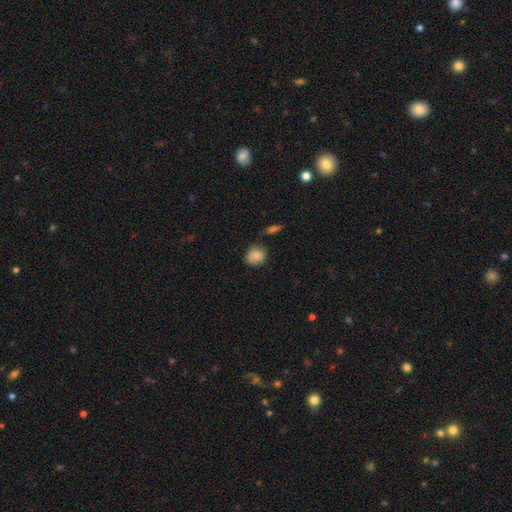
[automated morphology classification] smooth-or-featured: smooth: 87% | star or artifact: 8% | featured or disk: 5%
  how-rounded: round: 72% | in between: 26% | cigar-shaped: 1%
  merging: none: 65% | minor disturbance: 24% | major disturbance: 6% | merger: 5%